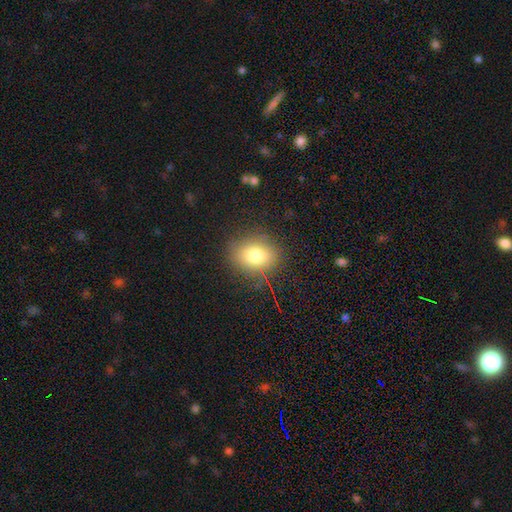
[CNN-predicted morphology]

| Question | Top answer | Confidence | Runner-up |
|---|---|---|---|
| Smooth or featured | smooth | 78% | star or artifact (12%) |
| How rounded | round | 51% | in between (48%) |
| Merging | none | 85% | minor disturbance (10%) |